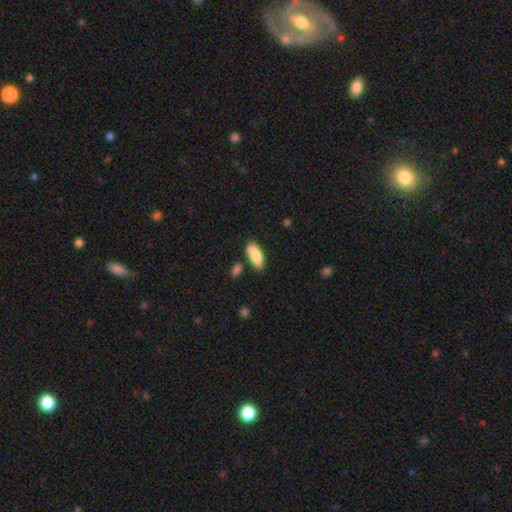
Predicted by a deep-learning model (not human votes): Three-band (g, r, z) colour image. It shows a smooth galaxy with no disk features (79%) that is in between round and cigar-shaped (86%). Merging: none (69%).